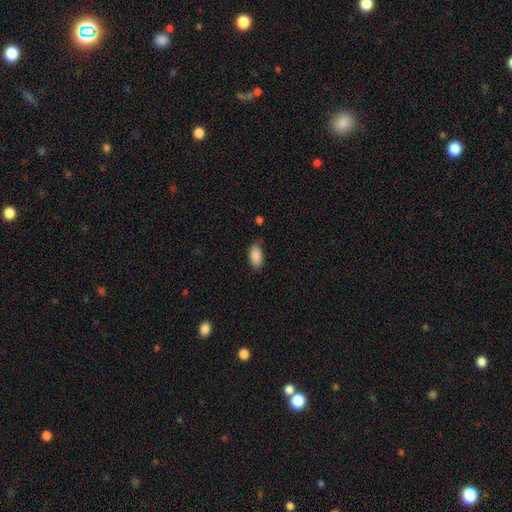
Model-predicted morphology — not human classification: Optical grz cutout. It shows a smooth galaxy with no disk features (89%) that is in between round and cigar-shaped (94%). Merging: none (78%).